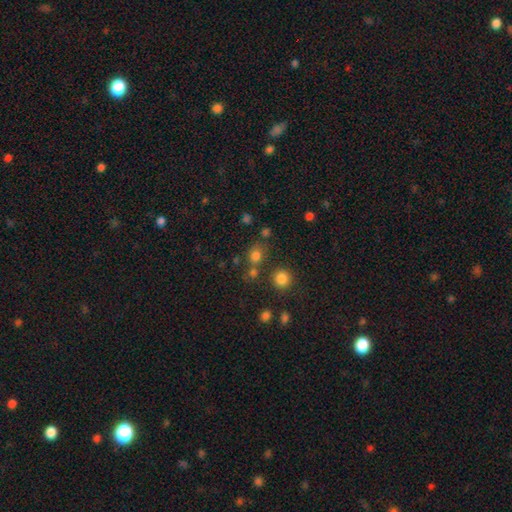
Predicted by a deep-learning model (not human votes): smooth 75%, star or artifact 18%, featured or disk 6%. Down the decision tree: how rounded — round (72%); merging — none (66%).